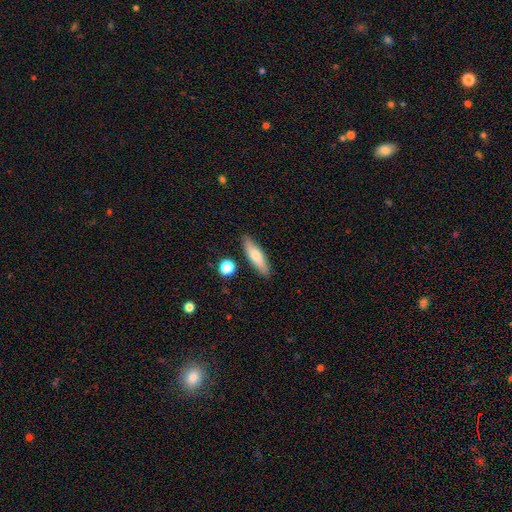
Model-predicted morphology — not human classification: smooth_or_featured: smooth (p=0.70) [alt: featured or disk p=0.23]
how_rounded: cigar-shaped (p=0.62) [alt: in between p=0.35]
merging: none (p=0.86) [alt: minor disturbance p=0.09]